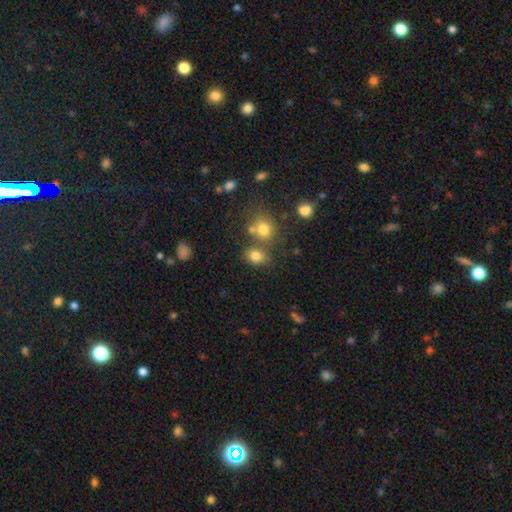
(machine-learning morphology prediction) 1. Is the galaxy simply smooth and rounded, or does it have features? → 78% smooth, 14% star or artifact, 8% featured or disk.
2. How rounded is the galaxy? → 51% in between, 48% round, 1% cigar-shaped.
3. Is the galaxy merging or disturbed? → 63% none, 19% merger, 13% minor disturbance, 5% major disturbance.